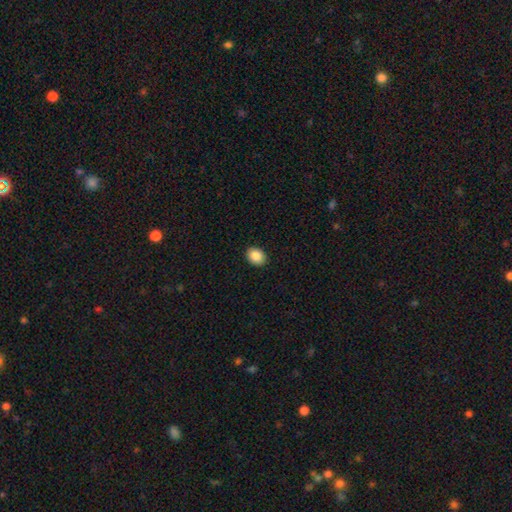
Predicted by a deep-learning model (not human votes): smooth 88%, star or artifact 8%, featured or disk 4%. Down the decision tree: how rounded — in between (57%); merging — none (91%).